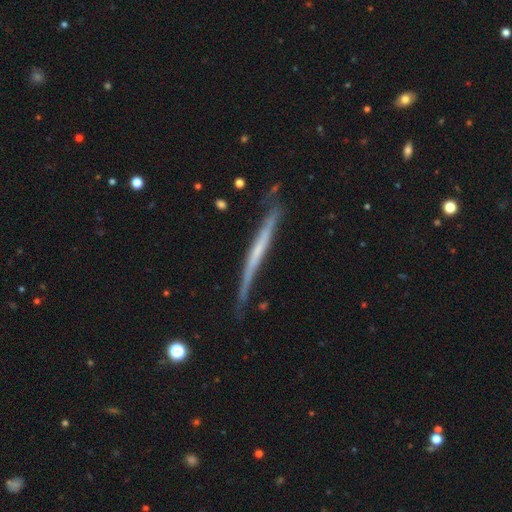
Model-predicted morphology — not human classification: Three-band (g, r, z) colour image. It shows a featured or disk galaxy (67%) viewed edge-on (96%) with no central bulge (81%). Merging: none (75%).